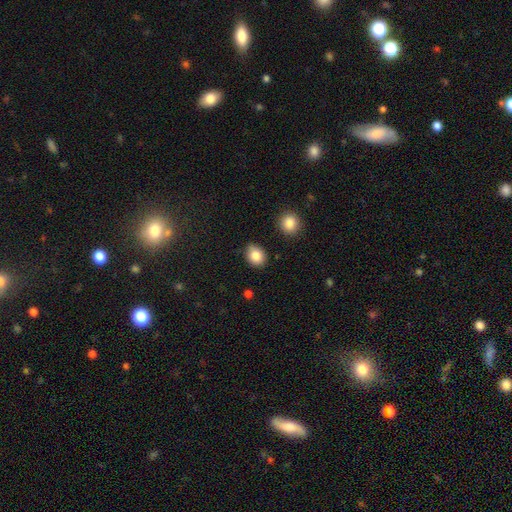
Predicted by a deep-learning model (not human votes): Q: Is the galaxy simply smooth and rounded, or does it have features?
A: smooth — 85%.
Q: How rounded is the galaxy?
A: in between — 57%.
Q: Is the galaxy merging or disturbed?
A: none — 83%.